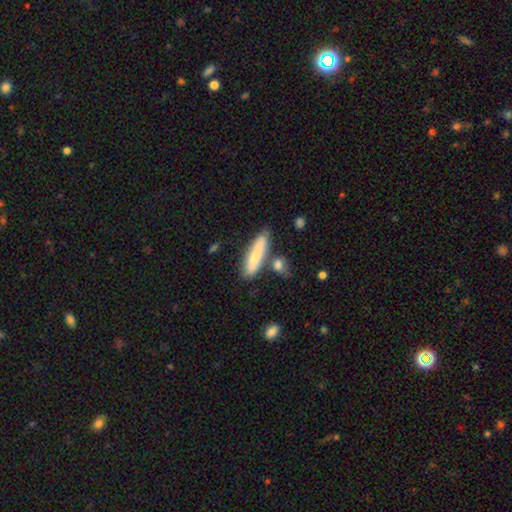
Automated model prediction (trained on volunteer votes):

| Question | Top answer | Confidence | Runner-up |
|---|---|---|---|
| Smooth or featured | smooth | 72% | featured or disk (22%) |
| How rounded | cigar-shaped | 74% | in between (24%) |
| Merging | none | 72% | minor disturbance (15%) |